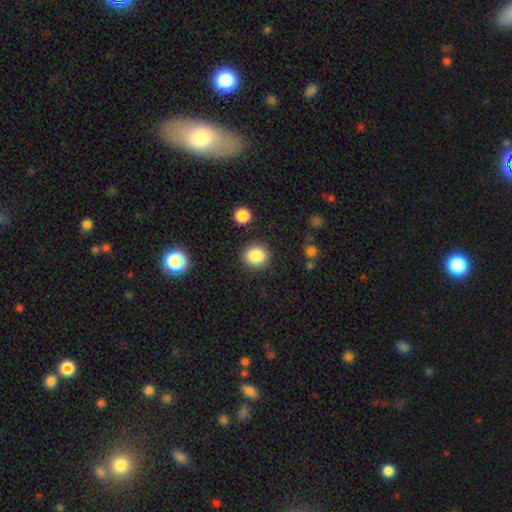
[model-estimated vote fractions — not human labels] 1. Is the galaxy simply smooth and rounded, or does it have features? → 86% smooth, 10% star or artifact, 4% featured or disk.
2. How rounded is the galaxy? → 79% round, 20% in between, 1% cigar-shaped.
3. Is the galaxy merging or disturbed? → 86% none, 8% minor disturbance, 3% major disturbance, 2% merger.